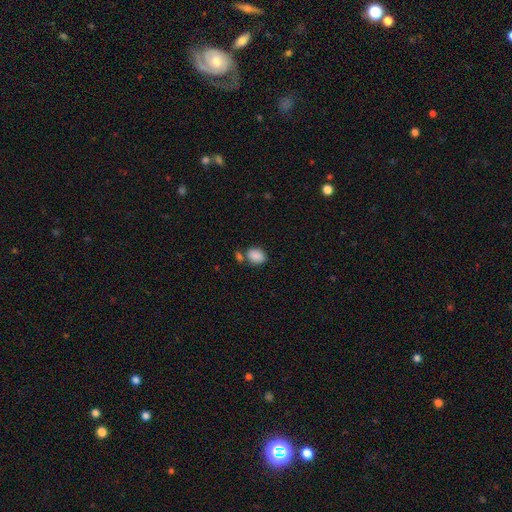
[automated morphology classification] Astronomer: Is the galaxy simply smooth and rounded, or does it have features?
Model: smooth — 88%.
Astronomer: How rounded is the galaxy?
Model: in between — 72%.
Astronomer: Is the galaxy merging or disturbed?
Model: none — 63%.